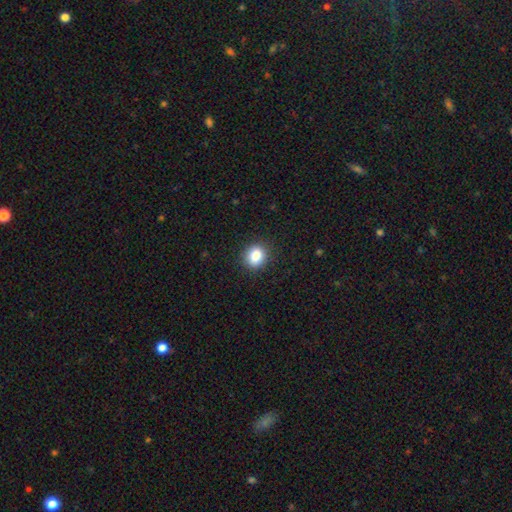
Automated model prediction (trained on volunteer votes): smooth 85%, star or artifact 10%, featured or disk 5%. Down the decision tree: how rounded — round (69%); merging — none (89%).